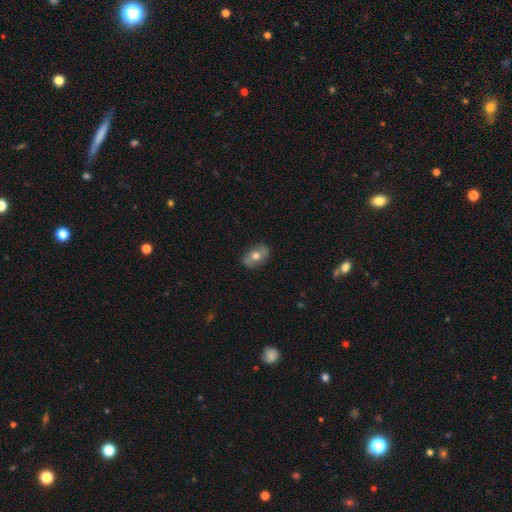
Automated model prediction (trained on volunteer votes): smooth 59%, featured or disk 34%, star or artifact 8%. Down the decision tree: how rounded — in between (85%); merging — none (85%).